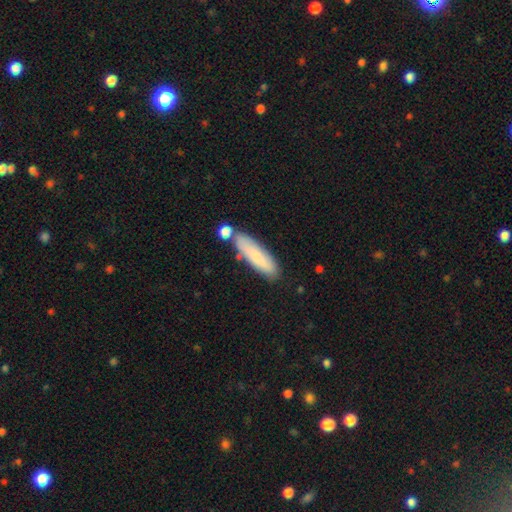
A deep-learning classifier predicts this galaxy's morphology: Smooth or featured? smooth (78%)
How rounded? cigar-shaped (64%)
Merging? none (72%)